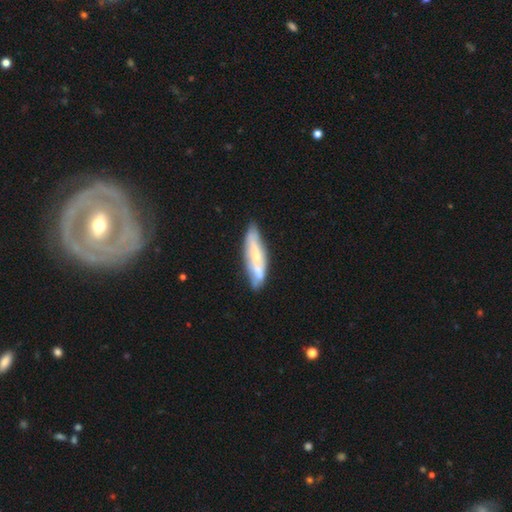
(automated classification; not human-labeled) This is possibly a featured or disk galaxy (51%). It is possibly not viewed edge-on (57%). Merging: likely none (62%).